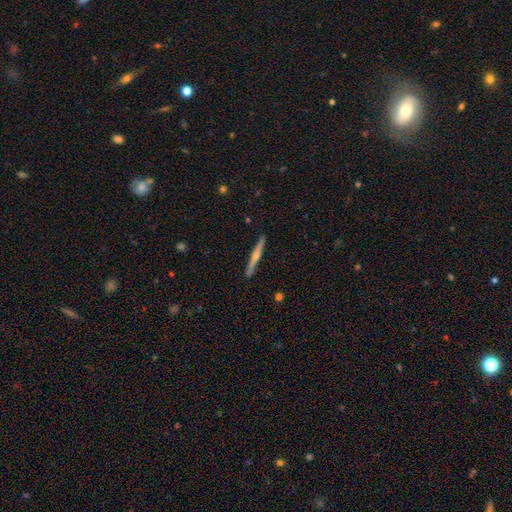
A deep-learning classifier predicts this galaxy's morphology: smooth-or-featured: featured or disk: 61% | smooth: 34% | star or artifact: 6%
  disk-edge-on: yes: 98% | no: 2%
    edge-on-bulge: rounded: 75% | none: 19% | boxy: 6%
  merging: none: 91% | minor disturbance: 7% | major disturbance: 1% | merger: 1%